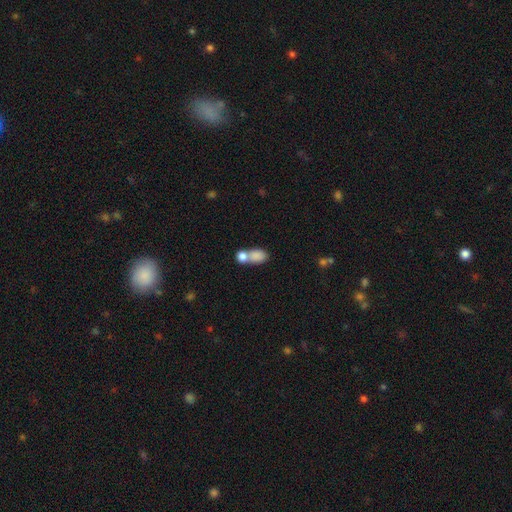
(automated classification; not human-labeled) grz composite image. It shows a smooth galaxy with no disk features (81%) that is in between round and cigar-shaped (78%). Merging: merger (54%).